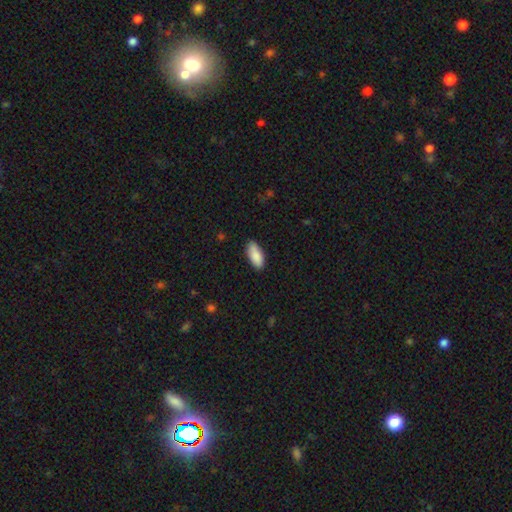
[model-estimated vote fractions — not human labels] smooth_or_featured: smooth (p=0.88) [alt: featured or disk p=0.06]
how_rounded: in between (p=0.84) [alt: cigar-shaped p=0.14]
merging: none (p=0.82) [alt: minor disturbance p=0.14]